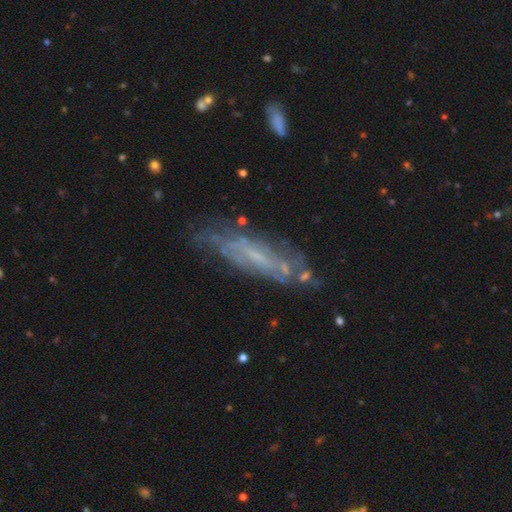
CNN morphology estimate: smooth_or_featured: featured or disk (p=0.68) [alt: smooth p=0.23]
disk_edge_on: no (p=0.67) [alt: yes p=0.33]
merging: none (p=0.66) [alt: minor disturbance p=0.21]